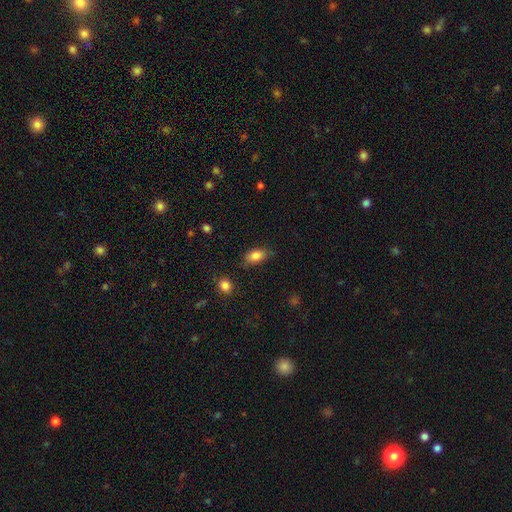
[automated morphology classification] smooth-or-featured: smooth: 84% | star or artifact: 8% | featured or disk: 8%
  how-rounded: in between: 88% | round: 8% | cigar-shaped: 4%
  merging: none: 78% | minor disturbance: 17% | major disturbance: 4% | merger: 2%